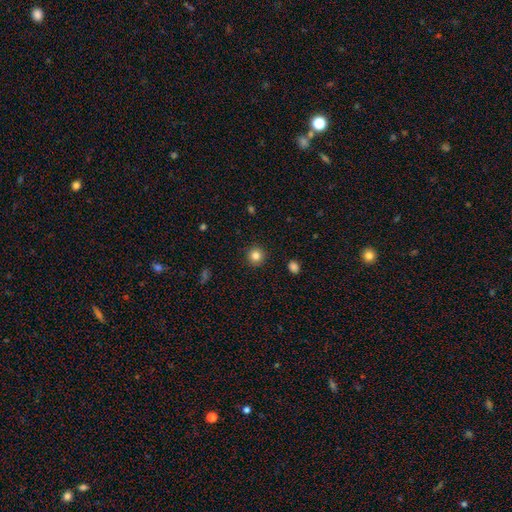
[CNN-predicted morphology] Smooth or featured? smooth (83%)
How rounded? round (95%)
Merging? none (92%)